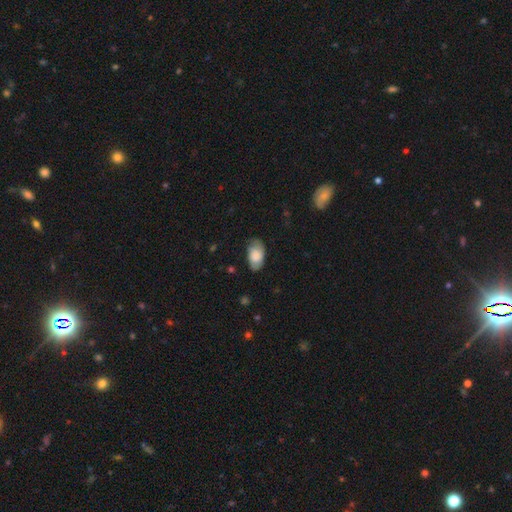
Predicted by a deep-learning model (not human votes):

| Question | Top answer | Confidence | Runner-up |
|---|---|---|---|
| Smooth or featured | smooth | 74% | featured or disk (19%) |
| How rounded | in between | 92% | round (6%) |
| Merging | none | 66% | minor disturbance (26%) |